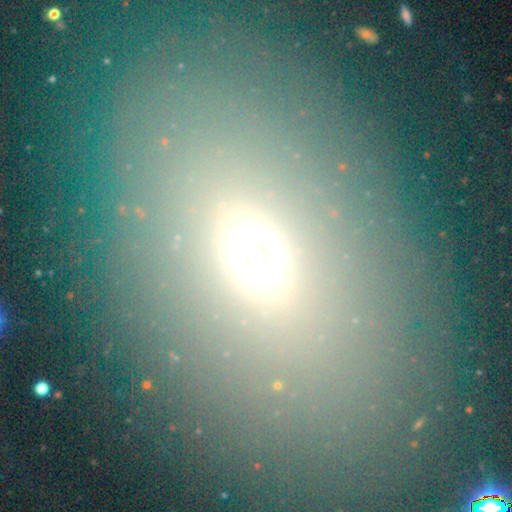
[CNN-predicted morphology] This is possibly a smooth galaxy (59%). How rounded: likely in between (63%). Merging: likely none (74%).